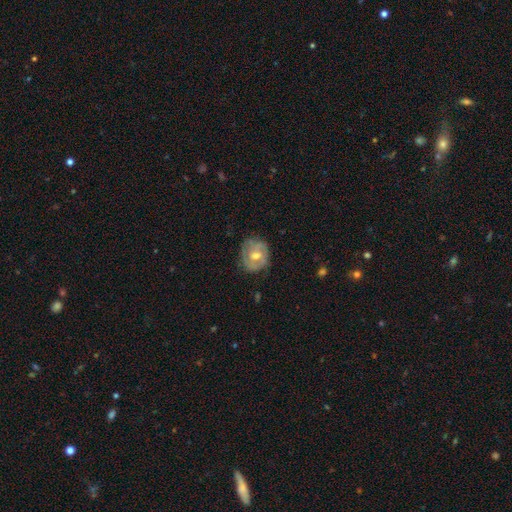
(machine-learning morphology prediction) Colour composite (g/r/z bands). It shows a featured or disk galaxy (60%) with no bar (54%), spiral arms (63%) and a moderate central bulge (73%). Merging: none (72%).